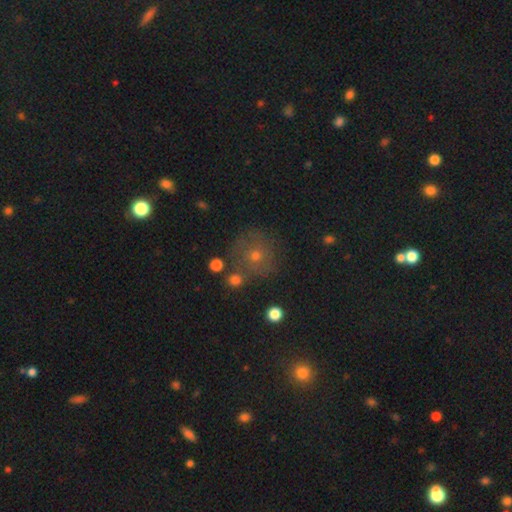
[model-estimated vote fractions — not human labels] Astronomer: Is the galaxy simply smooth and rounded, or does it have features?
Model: smooth — 59%.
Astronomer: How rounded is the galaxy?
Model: round — 92%.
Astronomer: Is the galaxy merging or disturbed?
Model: none — 72%.